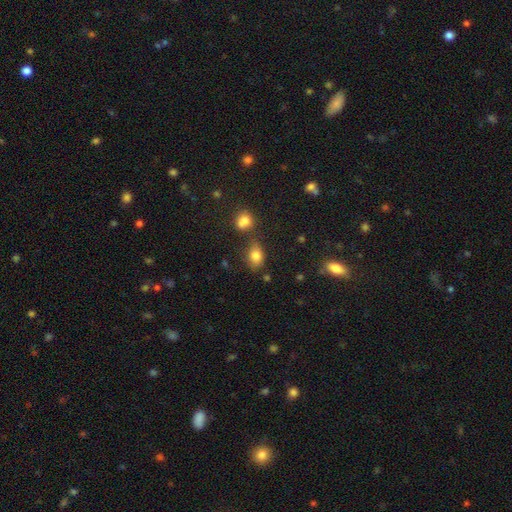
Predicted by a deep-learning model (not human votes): Smooth or featured: smooth — 80% (star or artifact — 11%)
How rounded: in between — 78% (round — 20%)
Merging: none — 64% (minor disturbance — 19%)